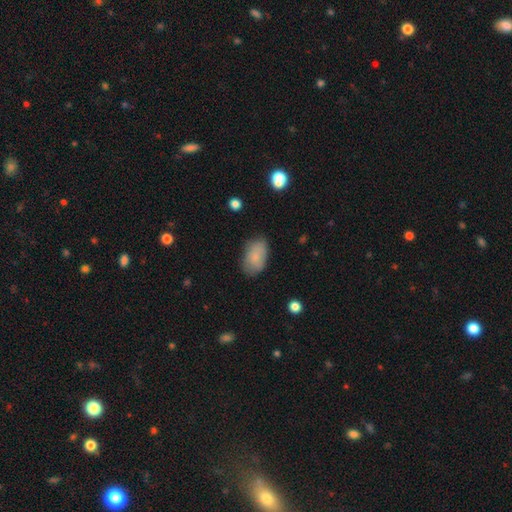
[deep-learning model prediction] Smooth or featured? Predicted: smooth (p=0.82). How rounded? Predicted: in between (p=0.92). Merging? Predicted: none (p=0.75).